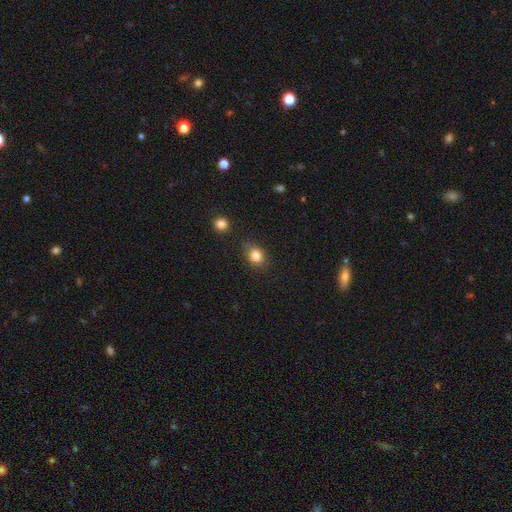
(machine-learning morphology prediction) Smooth or featured? smooth (83%)
How rounded? in between (52%)
Merging? none (77%)